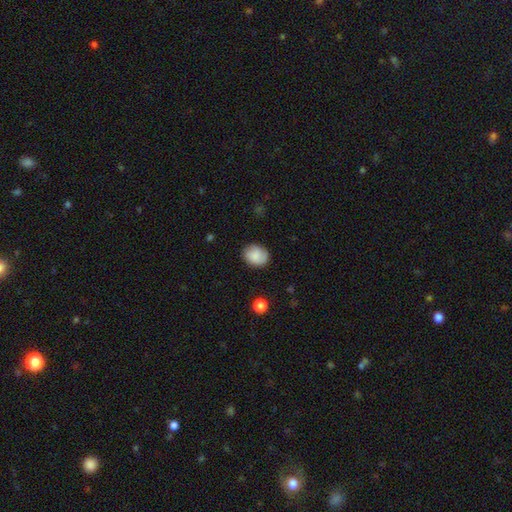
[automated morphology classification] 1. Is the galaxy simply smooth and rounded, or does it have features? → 81% smooth, 12% featured or disk, 8% star or artifact.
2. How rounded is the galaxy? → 50% in between (tied), 50% round (tied), 1% cigar-shaped.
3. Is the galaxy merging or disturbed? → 80% none, 15% minor disturbance, 3% major disturbance, 1% merger.